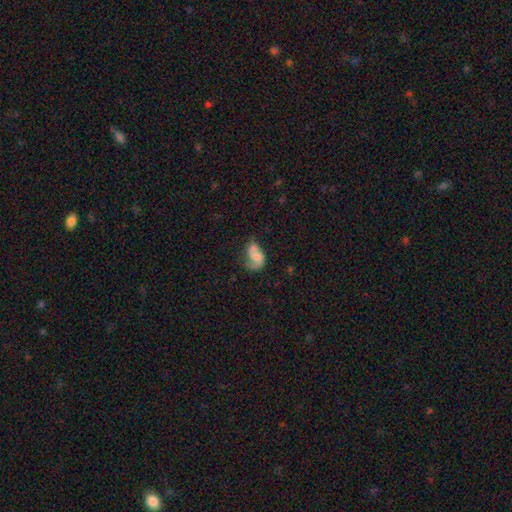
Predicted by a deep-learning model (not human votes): Overall: featured or disk (59%; smooth 32%). Edge-on disk: no (98%). Bar: no (68%). Spiral arms: yes (78%). Bulge size: none (30%, tied with small). Merging: none (32%; major disturbance 29%).